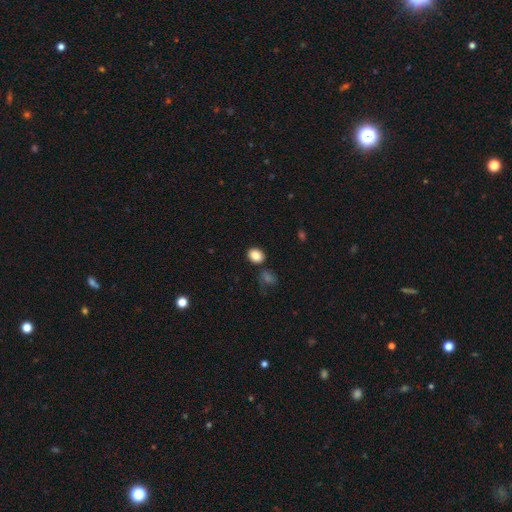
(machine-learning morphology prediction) Overall: smooth (86%). How rounded: in between (54%; round 45%). Merging: none (80%).